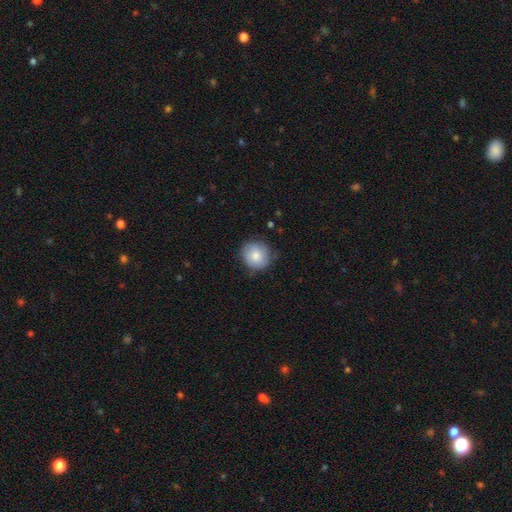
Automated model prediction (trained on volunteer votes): This appears to be a smooth galaxy with no disk features (78%) that is round (89%). Merging: none (79%).